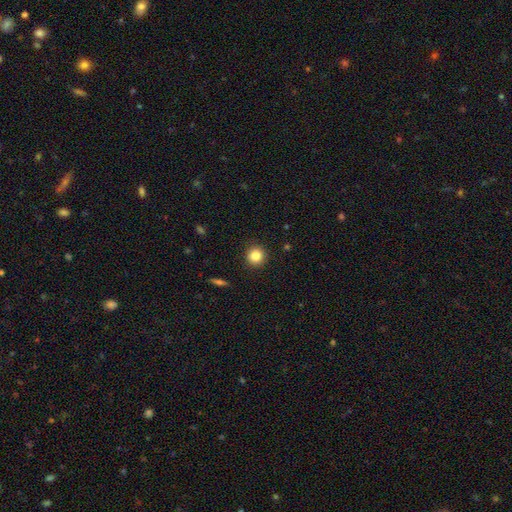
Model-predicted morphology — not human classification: smooth_or_featured: smooth (p=0.83) [alt: star or artifact p=0.11]
how_rounded: round (p=0.94) [alt: in between p=0.05]
merging: none (p=0.92) [alt: minor disturbance p=0.05]